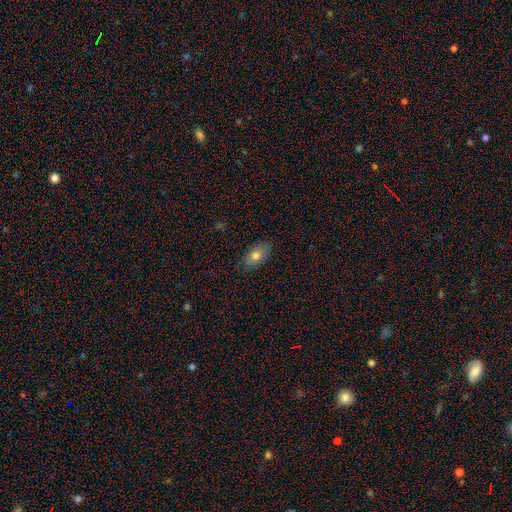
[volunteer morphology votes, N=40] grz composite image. It shows a smooth galaxy with no disk features (70%) that is in between round and cigar-shaped (86%). Merging: none (79%).